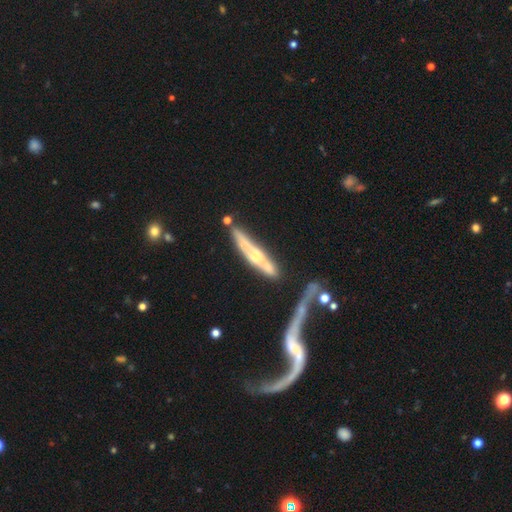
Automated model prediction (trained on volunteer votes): Smooth or featured? Predicted: featured or disk (p=0.62). Edge-on disk? Predicted: yes (p=0.85). Edge-on bulge? Predicted: rounded (p=0.54). Merging? Predicted: none (p=0.55).